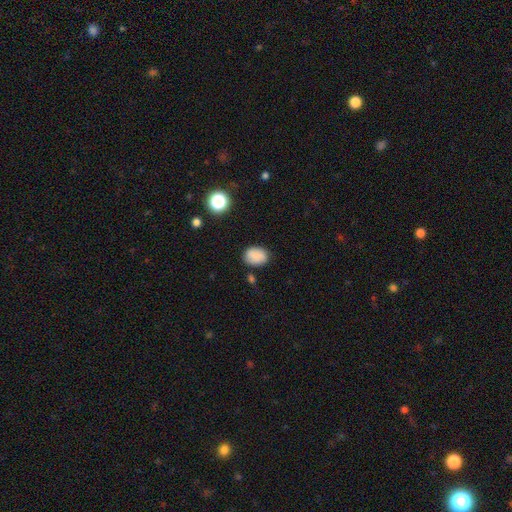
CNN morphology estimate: Overall: smooth (86%). How rounded: in between (68%; round 31%). Merging: none (79%).